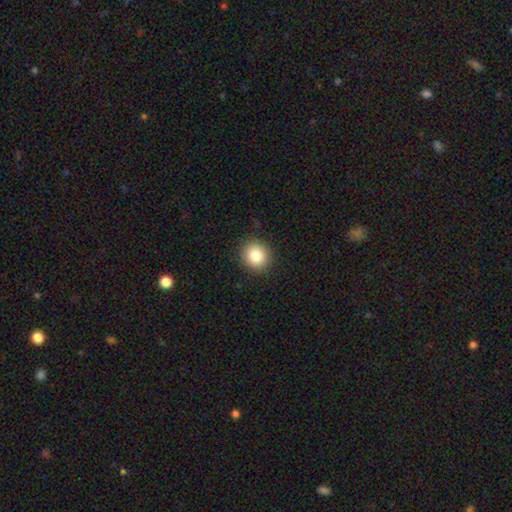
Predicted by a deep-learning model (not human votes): smooth 84%, star or artifact 10%, featured or disk 6%. Down the decision tree: how rounded — round (88%); merging — none (91%).